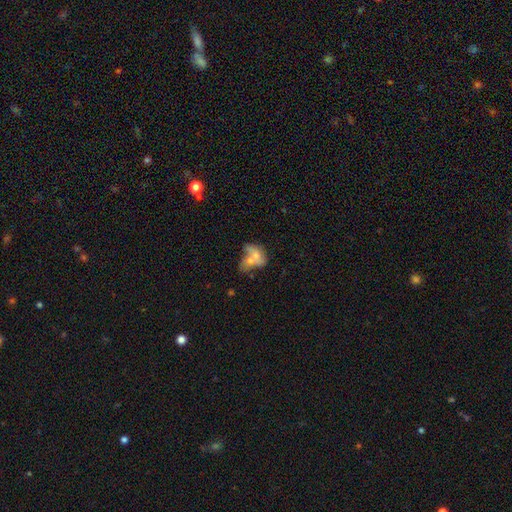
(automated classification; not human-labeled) smooth-or-featured: smooth: 45% | featured or disk: 42% | star or artifact: 13%
  merging: merger: 56% | none: 22% | major disturbance: 12% | minor disturbance: 11%